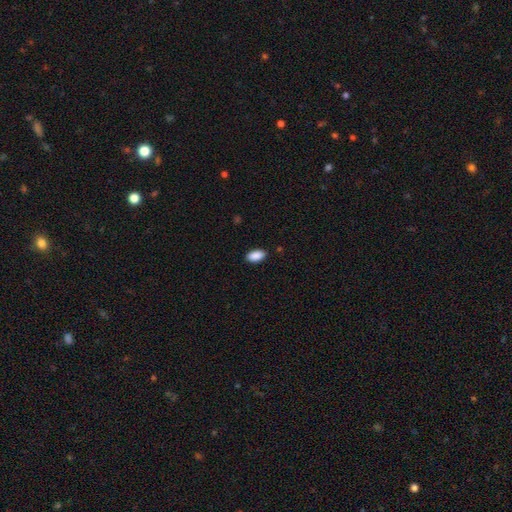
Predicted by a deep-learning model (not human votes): Overall: smooth (90%). How rounded: in between (94%). Merging: none (88%).